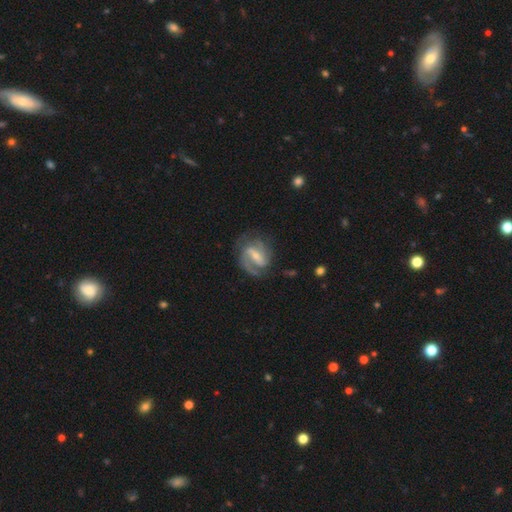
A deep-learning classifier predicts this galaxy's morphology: The model was most divided on "bar": strong: 48%, weak: 40%, no: 12%. More confident: edge-on disk — no (97%); spiral arms — yes (95%); smooth or featured — featured or disk (86%); spiral arm count — 2 (71%); merging — none (68%); bulge size — small (58%); spiral winding — medium (52%).